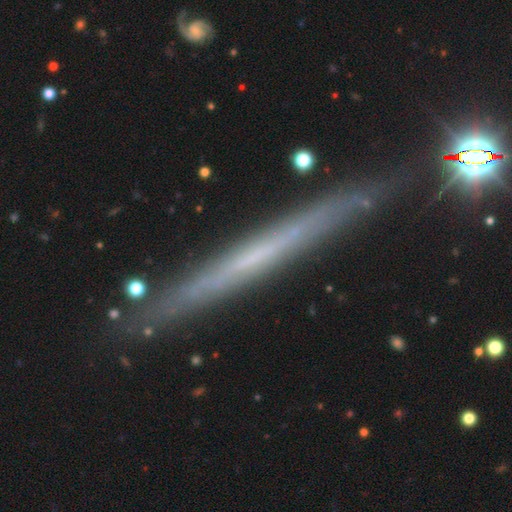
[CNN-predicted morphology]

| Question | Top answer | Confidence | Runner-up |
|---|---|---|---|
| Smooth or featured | featured or disk | 61% | smooth (29%) |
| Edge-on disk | yes | 94% | no (6%) |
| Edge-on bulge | none | 88% | rounded (7%) |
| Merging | none | 87% | minor disturbance (9%) |